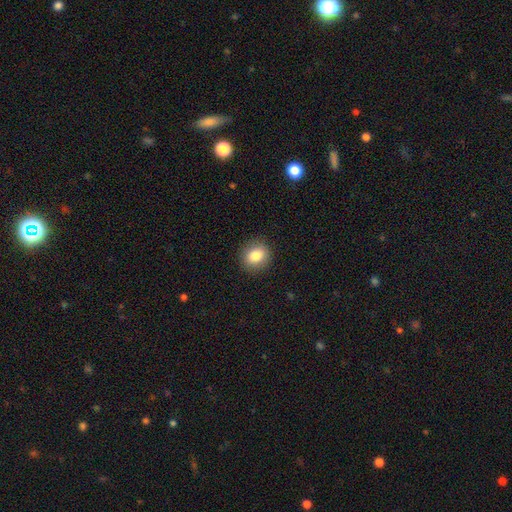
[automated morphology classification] This is clearly a smooth galaxy (83%). How rounded: likely round (76%). Merging: clearly none (90%).